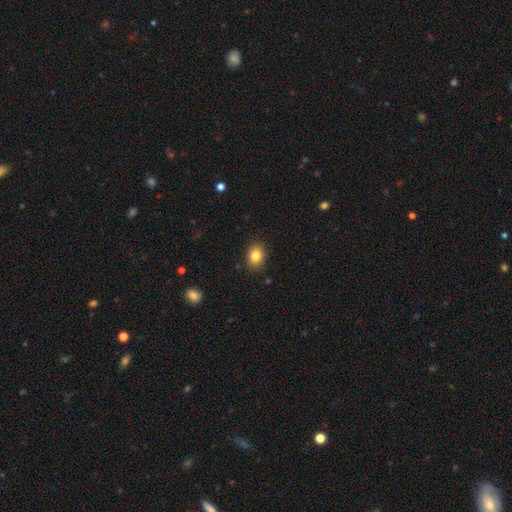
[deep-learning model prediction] Smooth or featured? Predicted: smooth (p=0.83). How rounded? Predicted: in between (p=0.64). Merging? Predicted: none (p=0.88).